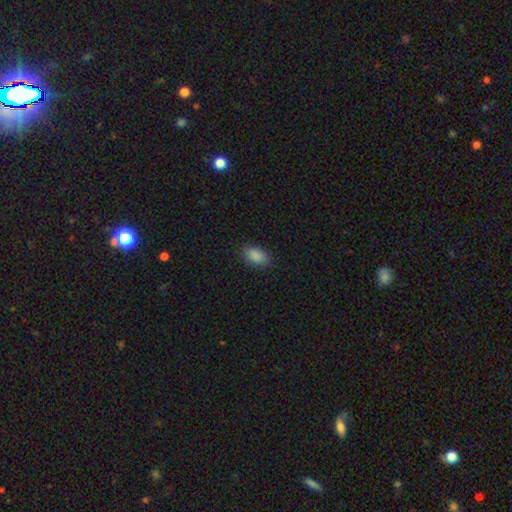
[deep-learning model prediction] A smooth galaxy with no disk features (89%) that is in between round and cigar-shaped (92%).

Vote fractions:
- Smooth or featured? smooth: 89% / star or artifact: 8% / featured or disk: 3%
- How rounded? in between: 92% / round: 5% / cigar-shaped: 2%
- Merging? none: 87% / minor disturbance: 10% / major disturbance: 2% / merger: 1%